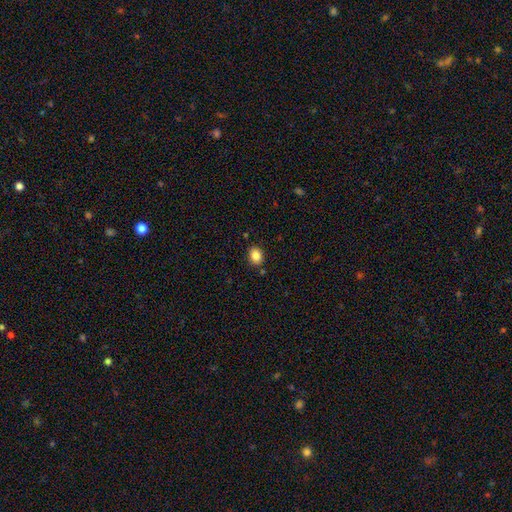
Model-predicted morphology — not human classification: The model was most divided on "how rounded": in between: 51%, round: 48%, cigar-shaped: 1%. More confident: merging — none (86%); smooth or featured — smooth (86%).